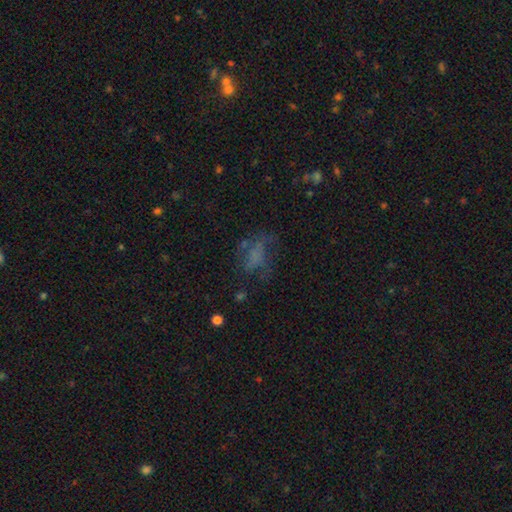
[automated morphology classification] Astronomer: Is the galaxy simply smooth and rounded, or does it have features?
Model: smooth — 42% (runner-up: featured or disk, 35%).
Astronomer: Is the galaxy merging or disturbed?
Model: none — 43% (runner-up: major disturbance, 33%).